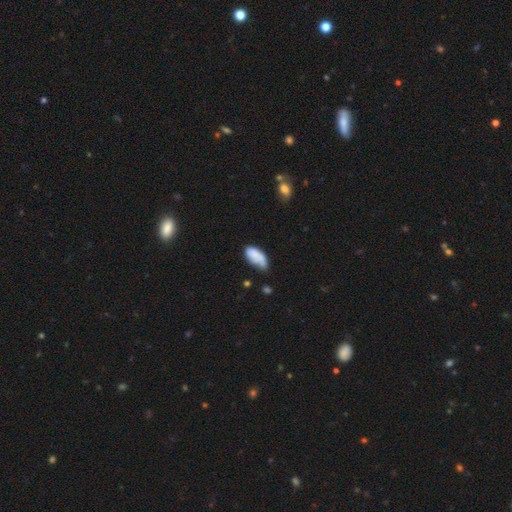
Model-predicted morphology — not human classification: This is likely a smooth galaxy (77%). How rounded: clearly in between (92%). Merging: marginally none (40%).